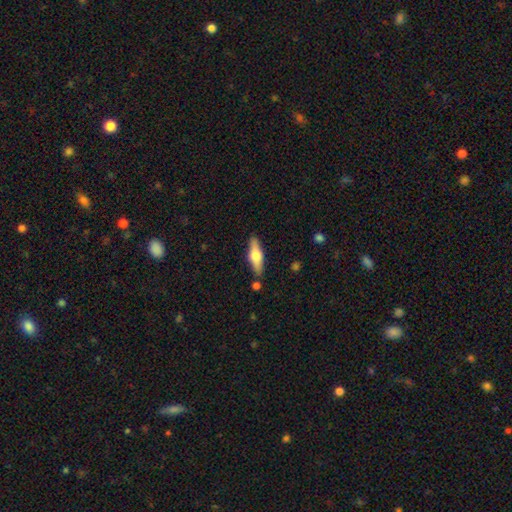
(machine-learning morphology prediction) The model was most divided on "smooth or featured" (2-way tie): smooth: 47%, featured or disk: 47%, star or artifact: 6%. More confident: merging — none (84%).